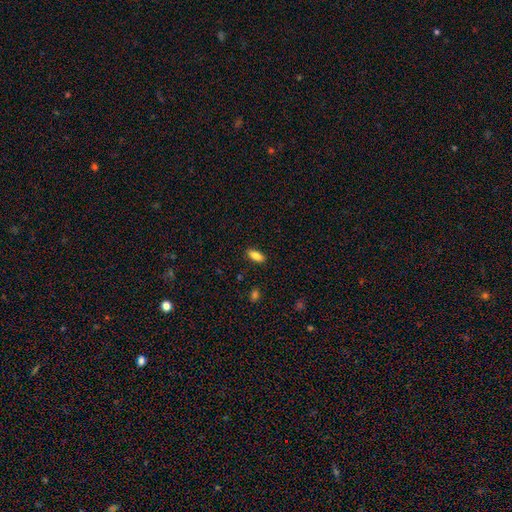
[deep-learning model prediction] smooth 84%, featured or disk 9%, star or artifact 8%. Down the decision tree: how rounded — in between (84%); merging — none (88%).